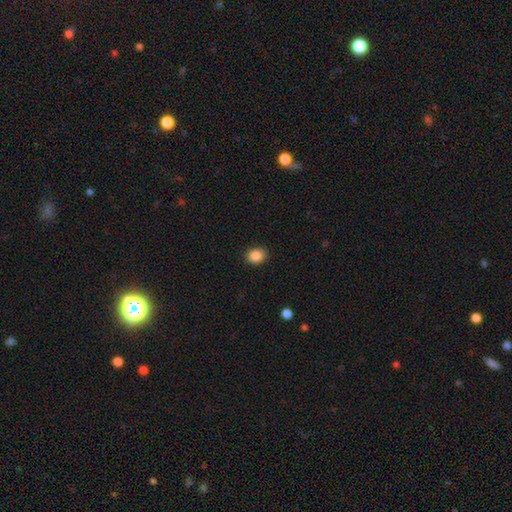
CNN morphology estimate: smooth_or_featured: smooth (p=0.87) [alt: star or artifact p=0.09]
how_rounded: round (p=0.54) [alt: in between p=0.45]
merging: none (p=0.89) [alt: minor disturbance p=0.08]